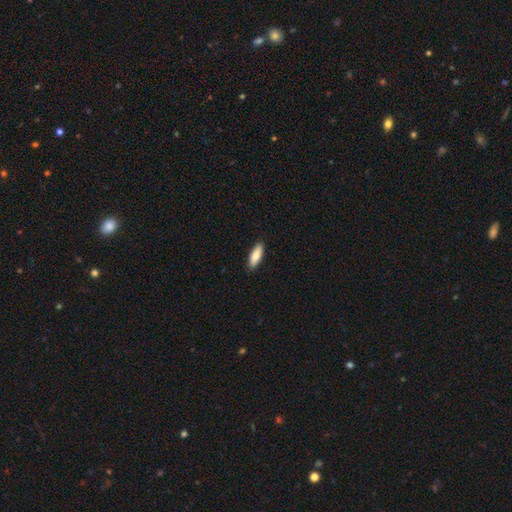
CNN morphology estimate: The model was most divided on "how rounded": in between: 55%, cigar-shaped: 43%, round: 2%. More confident: merging — none (90%); smooth or featured — smooth (81%).